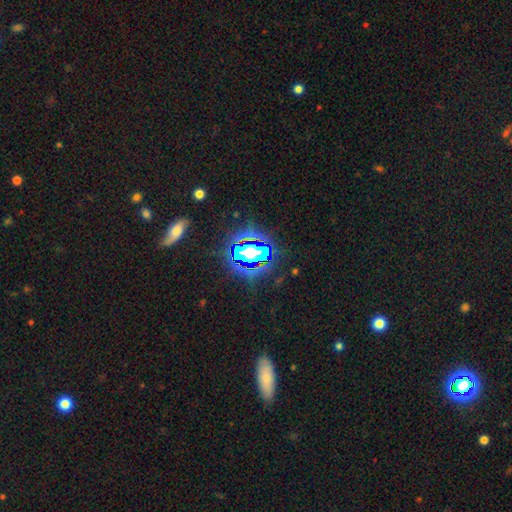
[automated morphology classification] type=star or artifact (73%).